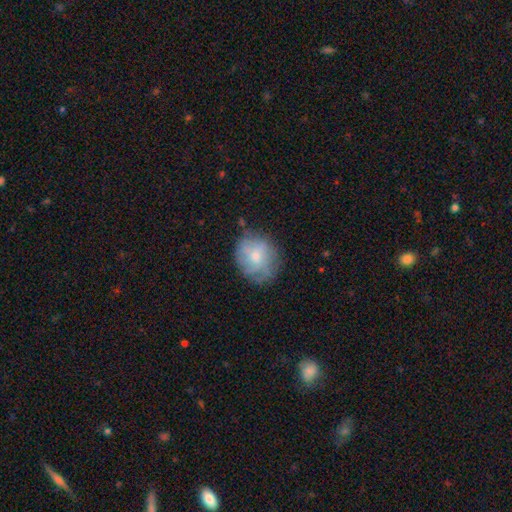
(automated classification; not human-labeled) Overall: smooth (50%; featured or disk 42%). Merging: none (68%).